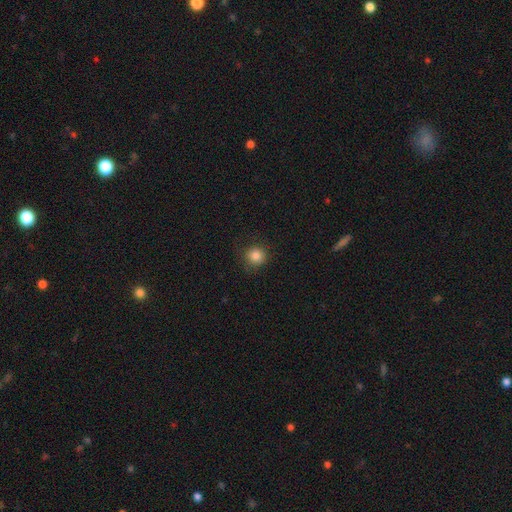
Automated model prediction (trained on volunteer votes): Smooth or featured? smooth (84%)
How rounded? round (92%)
Merging? none (85%)